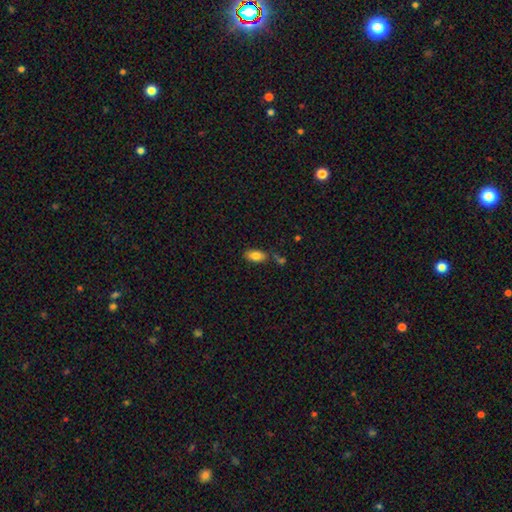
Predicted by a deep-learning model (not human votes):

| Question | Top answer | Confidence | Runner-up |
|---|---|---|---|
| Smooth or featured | smooth | 82% | featured or disk (9%) |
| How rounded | in between | 92% | round (4%) |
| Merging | none | 71% | minor disturbance (16%) |